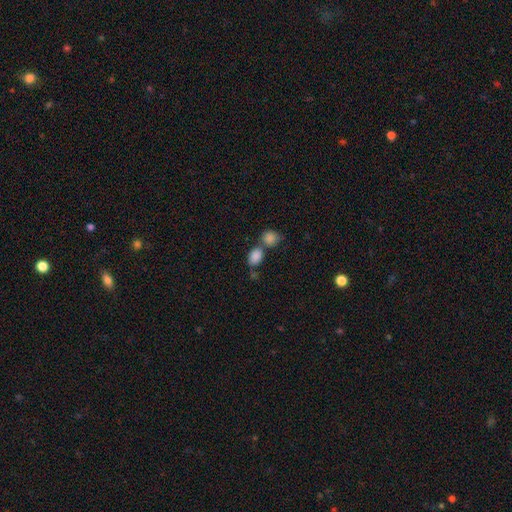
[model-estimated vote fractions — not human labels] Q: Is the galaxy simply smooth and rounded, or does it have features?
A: smooth — 86%.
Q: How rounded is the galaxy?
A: in between — 77%.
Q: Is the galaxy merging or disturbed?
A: merger — 46%.